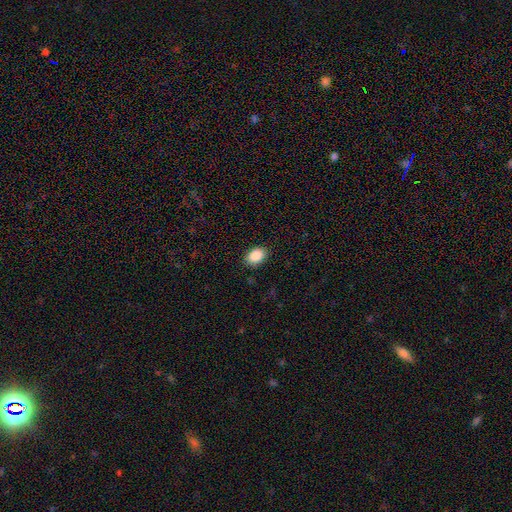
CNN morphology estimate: Smooth or featured? smooth (89%)
How rounded? in between (80%)
Merging? none (87%)